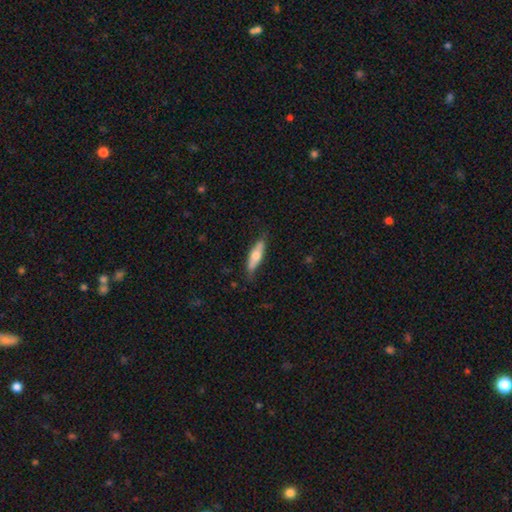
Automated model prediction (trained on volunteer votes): A smooth galaxy with no disk features (57%) that is cigar-shaped (59%).

Vote fractions:
- Smooth or featured? smooth: 57% / featured or disk: 38% / star or artifact: 5%
- How rounded? cigar-shaped: 59% / in between: 39% / round: 2%
- Merging? none: 75% / minor disturbance: 19% / major disturbance: 4% / merger: 2%